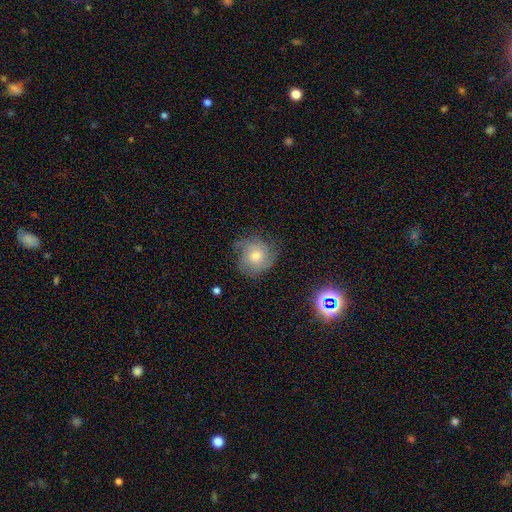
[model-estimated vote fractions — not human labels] Overall: featured or disk (57%; smooth 29%). Edge-on disk: no (97%). Bar: no (77%). Spiral arms: yes (89%). Bulge size: moderate (62%; small 28%). Merging: none (69%).